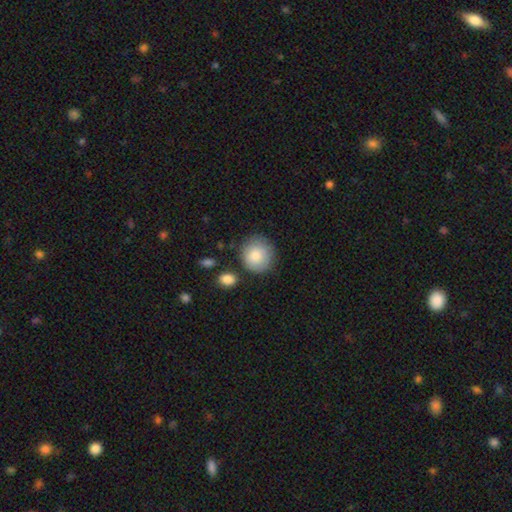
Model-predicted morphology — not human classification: Q: Smooth or featured?
A: smooth (85%); runner-up: featured or disk (8%)
Q: How rounded?
A: round (91%); runner-up: in between (9%)
Q: Merging?
A: none (79%); runner-up: minor disturbance (12%)